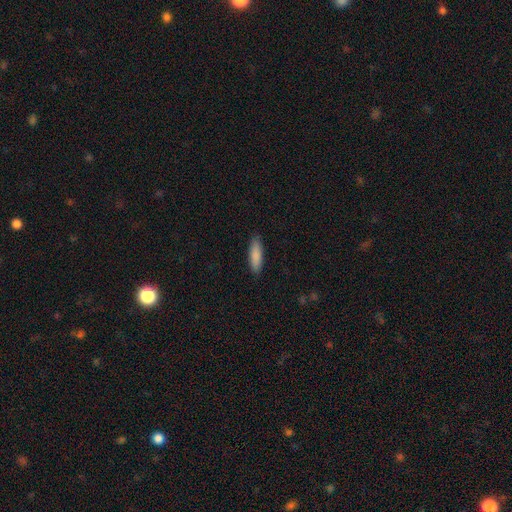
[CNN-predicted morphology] A smooth galaxy with no disk features (88%) that is cigar-shaped (55%).

Vote fractions:
- Smooth or featured? smooth: 88% / featured or disk: 7% / star or artifact: 6%
- How rounded? cigar-shaped: 55% / in between: 43% / round: 1%
- Merging? none: 89% / minor disturbance: 9% / major disturbance: 2% / merger: 1%